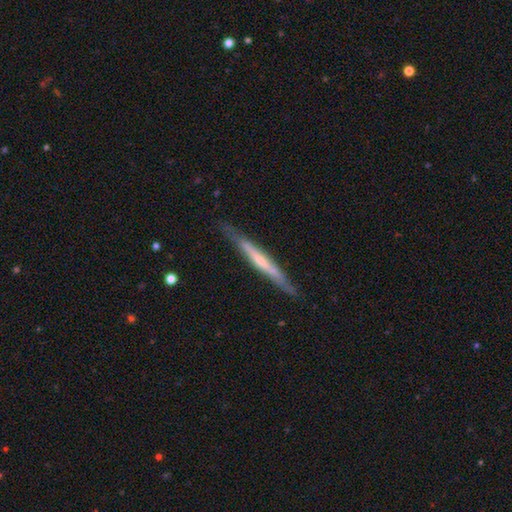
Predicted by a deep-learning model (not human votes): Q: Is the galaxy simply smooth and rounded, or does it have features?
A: featured or disk — 63%.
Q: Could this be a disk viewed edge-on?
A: yes — 95%.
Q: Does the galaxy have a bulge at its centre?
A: none — 60%.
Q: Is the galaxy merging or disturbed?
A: none — 86%.